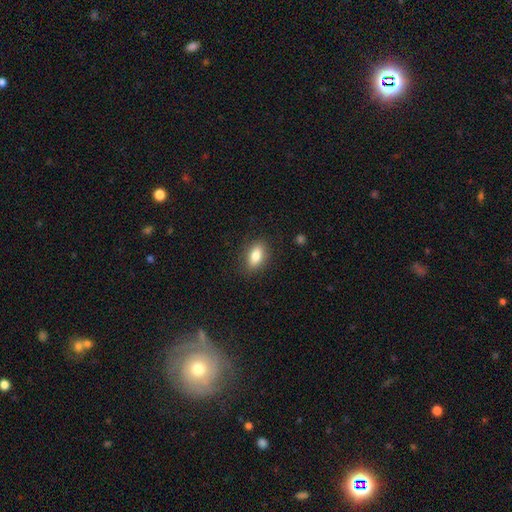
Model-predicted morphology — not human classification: Smooth or featured: smooth — 81% (featured or disk — 11%)
How rounded: in between — 85% (round — 9%)
Merging: none — 86% (minor disturbance — 10%)